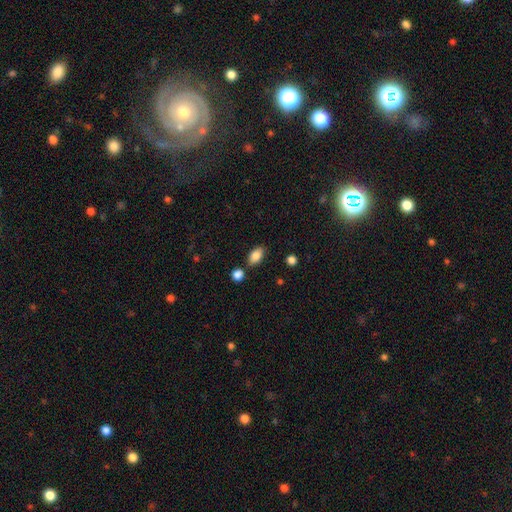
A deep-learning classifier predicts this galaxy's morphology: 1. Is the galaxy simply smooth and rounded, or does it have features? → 85% smooth, 8% star or artifact, 7% featured or disk.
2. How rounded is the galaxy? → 90% in between, 7% round, 3% cigar-shaped.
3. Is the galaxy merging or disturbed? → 78% none, 12% minor disturbance, 8% merger, 3% major disturbance.